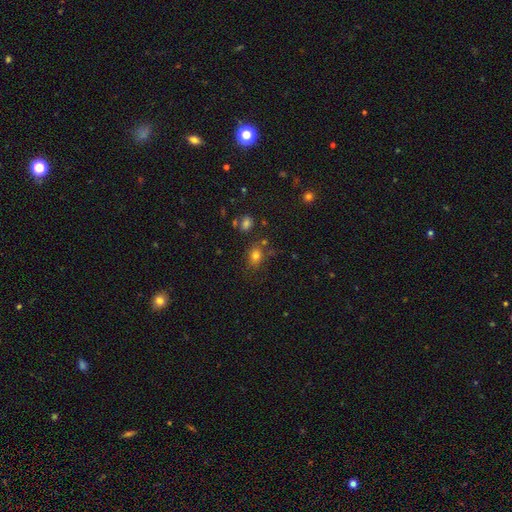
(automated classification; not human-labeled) Smooth or featured?
  - smooth: 76% *
  - star or artifact: 15%
  - featured or disk: 9%
How rounded?
  - in between: 60% *
  - round: 38%
  - cigar-shaped: 2%
Merging?
  - none: 71% *
  - minor disturbance: 16%
  - merger: 8%
  - major disturbance: 5%